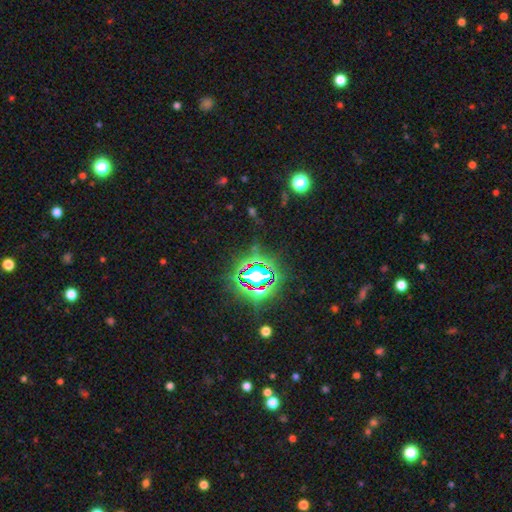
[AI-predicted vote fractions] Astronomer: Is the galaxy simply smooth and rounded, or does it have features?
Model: star or artifact — 80%.